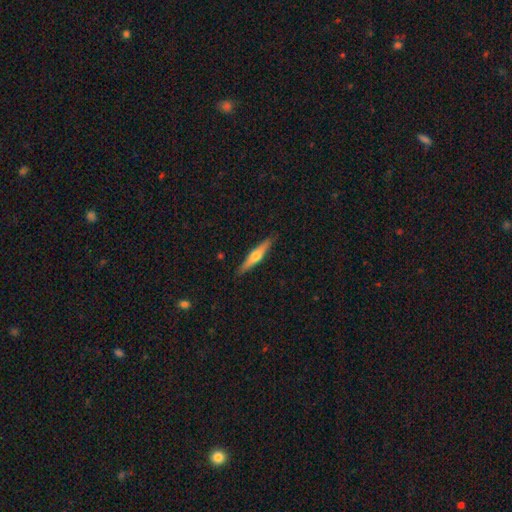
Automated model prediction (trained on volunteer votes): This is possibly a featured or disk galaxy (54%). It is clearly viewed edge-on (95%). Edge-on bulge: clearly rounded (91%). Merging: clearly none (90%).